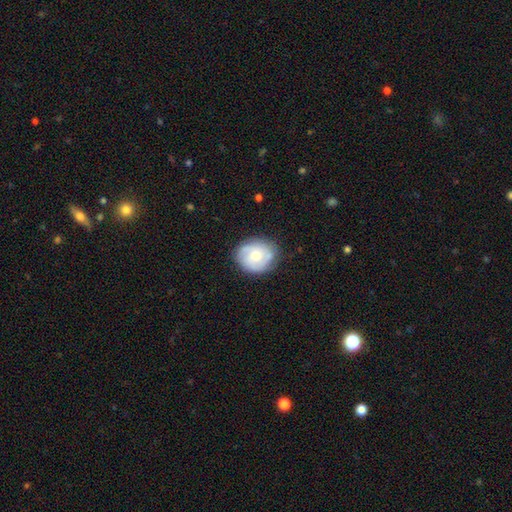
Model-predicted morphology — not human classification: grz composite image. It shows a featured or disk galaxy (51%). Merging: none (73%).